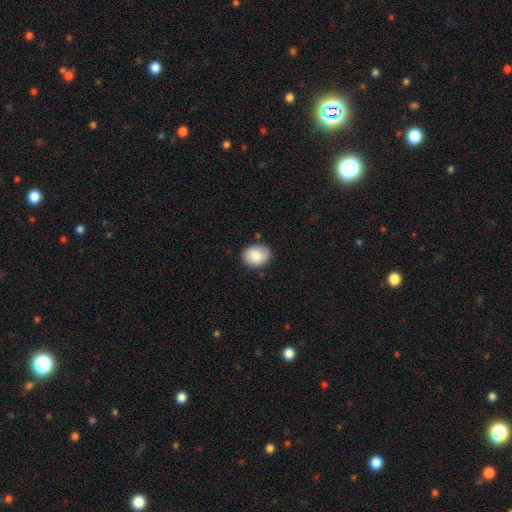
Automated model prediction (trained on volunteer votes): Q: Smooth or featured?
A: smooth (84%); runner-up: featured or disk (9%)
Q: How rounded?
A: round (52%); runner-up: in between (47%)
Q: Merging?
A: none (79%); runner-up: minor disturbance (16%)